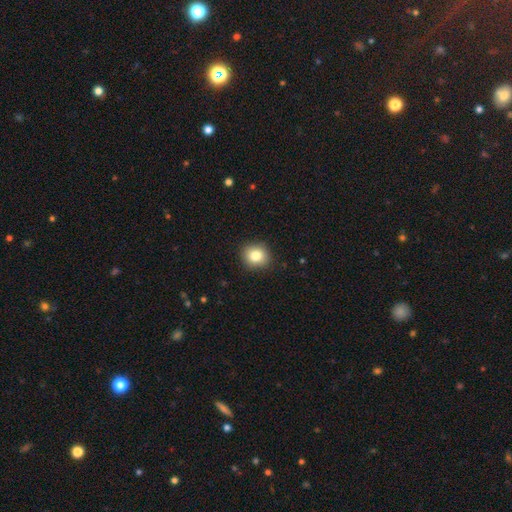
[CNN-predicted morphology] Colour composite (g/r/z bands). It shows a smooth galaxy with no disk features (82%) that is round (83%). Merging: none (90%).